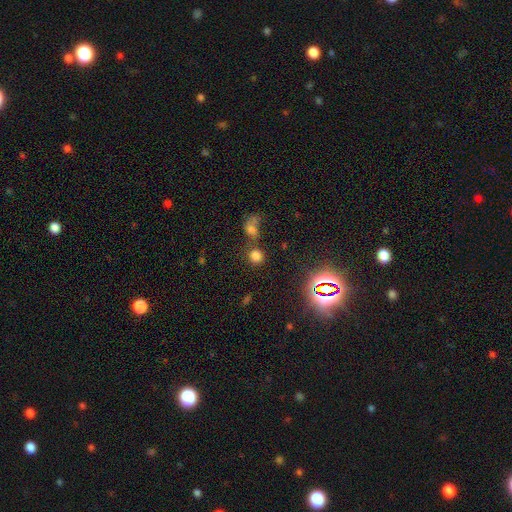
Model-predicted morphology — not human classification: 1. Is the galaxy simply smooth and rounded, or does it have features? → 70% smooth, 23% star or artifact, 7% featured or disk.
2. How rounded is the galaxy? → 84% round, 14% in between, 1% cigar-shaped.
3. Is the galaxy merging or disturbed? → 64% none, 21% merger, 9% minor disturbance, 6% major disturbance.